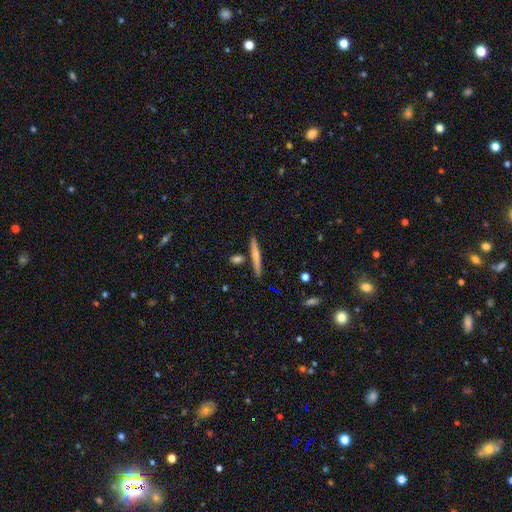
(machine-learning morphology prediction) Smooth or featured? Predicted: smooth (p=0.53). How rounded? Predicted: cigar-shaped (p=0.94). Merging? Predicted: none (p=0.83).